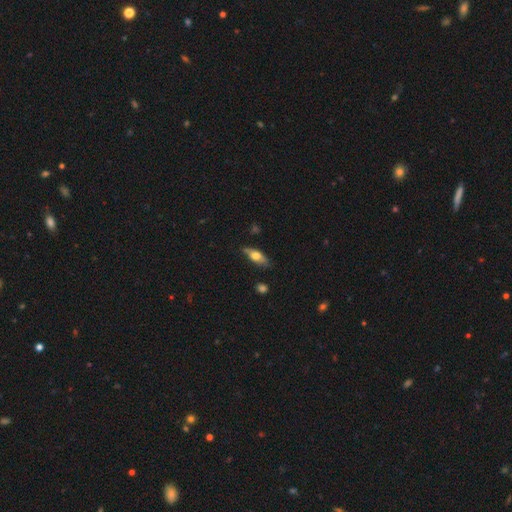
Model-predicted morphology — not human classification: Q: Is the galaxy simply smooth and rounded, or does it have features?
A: smooth — 57%.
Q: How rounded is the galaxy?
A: in between — 63%.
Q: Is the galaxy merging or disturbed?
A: none — 74%.